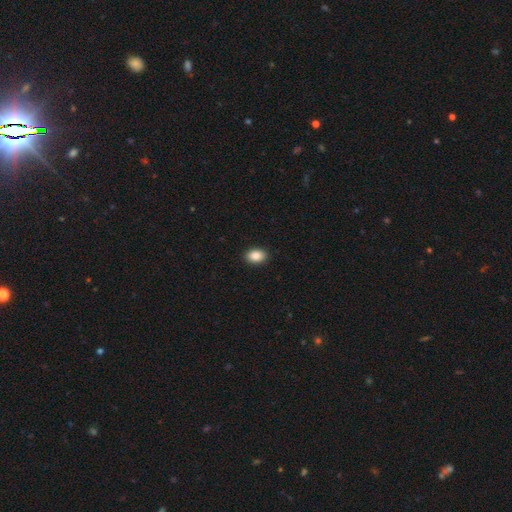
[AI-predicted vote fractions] Smooth or featured? smooth (86%)
How rounded? in between (81%)
Merging? none (91%)